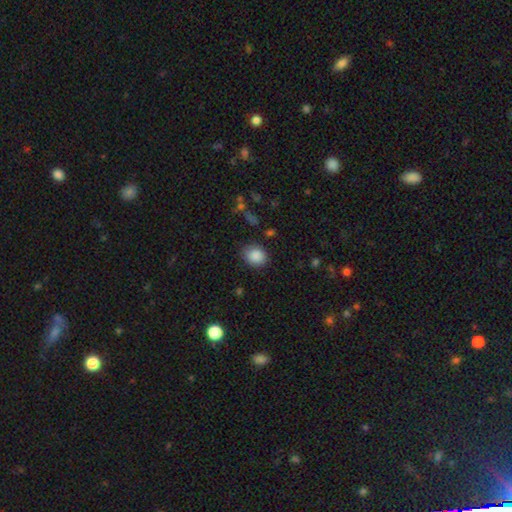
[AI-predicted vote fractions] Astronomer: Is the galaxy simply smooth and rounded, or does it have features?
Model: smooth — 88%.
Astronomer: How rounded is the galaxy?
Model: round — 64%.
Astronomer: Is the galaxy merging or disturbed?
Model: none — 83%.